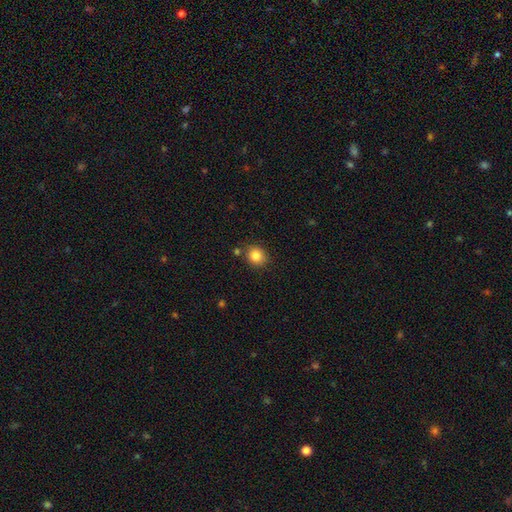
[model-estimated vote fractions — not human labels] A smooth galaxy with no disk features (84%) that is round (77%). Merging: none (81%).